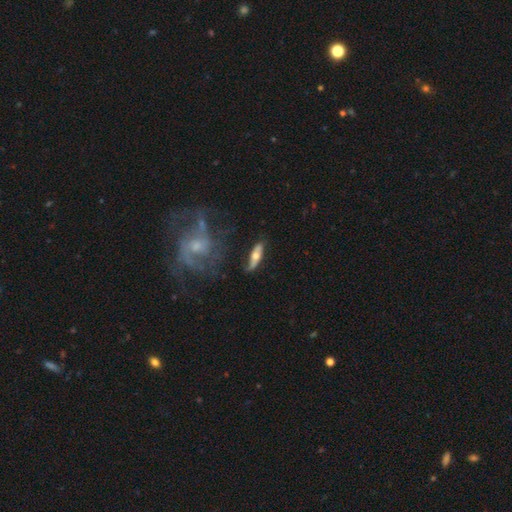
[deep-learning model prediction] smooth_or_featured: featured or disk (p=0.51) [alt: smooth p=0.43]
disk_edge_on: yes (p=0.63) [alt: no p=0.37]
merging: none (p=0.74) [alt: minor disturbance p=0.17]